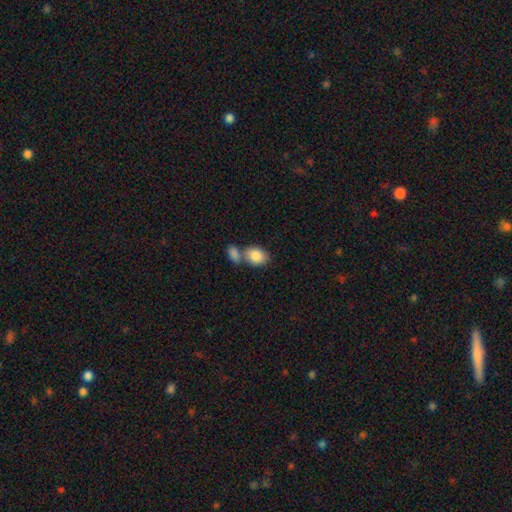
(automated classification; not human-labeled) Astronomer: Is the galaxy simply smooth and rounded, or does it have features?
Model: smooth — 85%.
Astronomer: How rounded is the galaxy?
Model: in between — 75%.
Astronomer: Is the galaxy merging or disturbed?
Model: merger — 48% (runner-up: none, 38%).